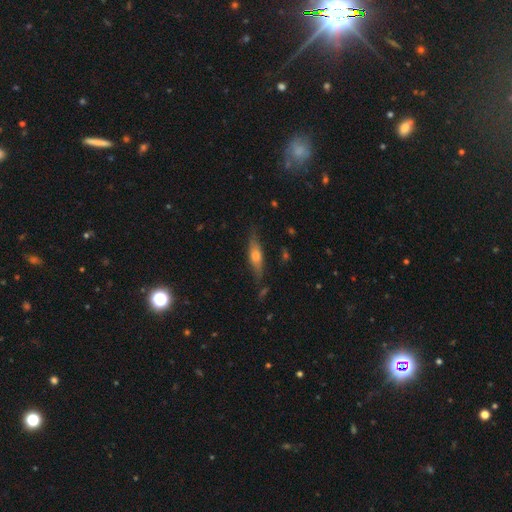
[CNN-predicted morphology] Smooth or featured?
  - smooth: 52% *
  - featured or disk: 41%
  - star or artifact: 7%
How rounded?
  - cigar-shaped: 62% *
  - in between: 36%
  - round: 3%
Merging?
  - none: 71% *
  - minor disturbance: 20%
  - major disturbance: 6%
  - merger: 3%